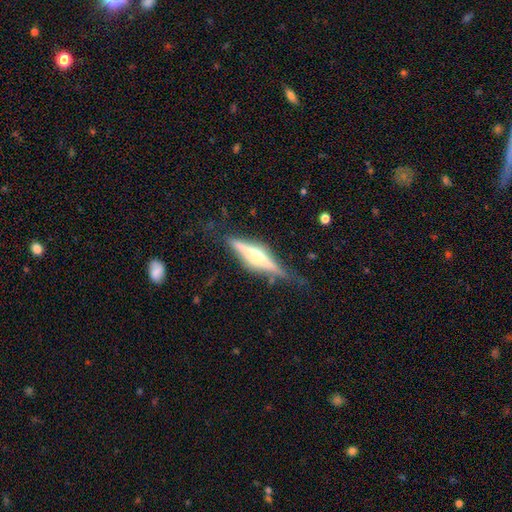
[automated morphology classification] Smooth or featured: featured or disk — 77% (smooth — 17%)
Edge-on disk: yes — 96% (no — 4%)
Edge-on bulge: rounded — 83% (boxy — 10%)
Merging: none — 76% (minor disturbance — 17%)